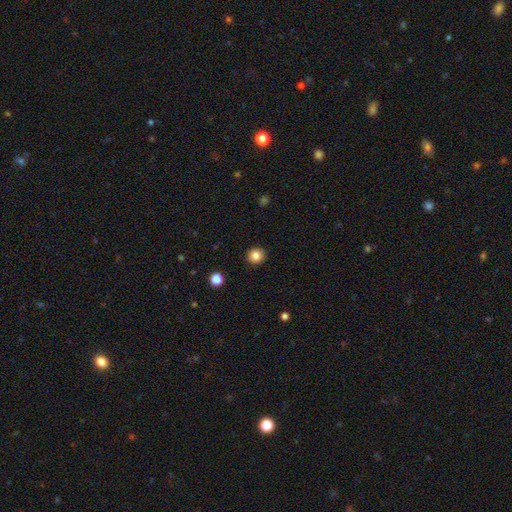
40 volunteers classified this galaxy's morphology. A smooth galaxy with no disk features (82%) that is round (94%). Merging: none (86%).